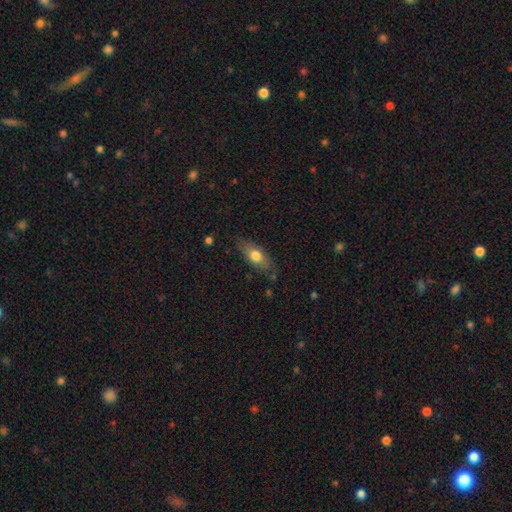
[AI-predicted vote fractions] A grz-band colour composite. It shows a smooth galaxy with no disk features (71%) that is in between round and cigar-shaped (77%). Merging: none (75%).